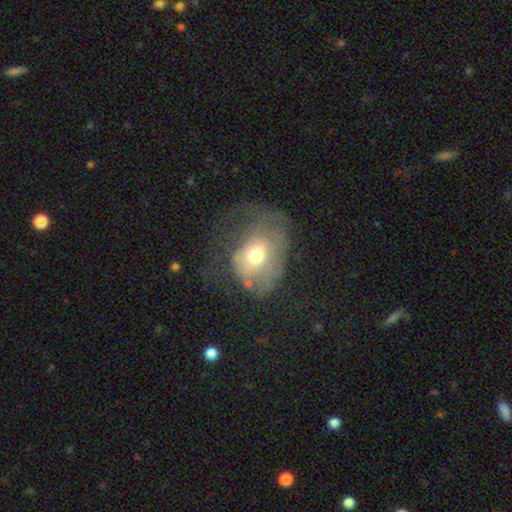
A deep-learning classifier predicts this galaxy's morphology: type=smooth (51%); roundness=in between (59%); merging=major disturbance (47%).